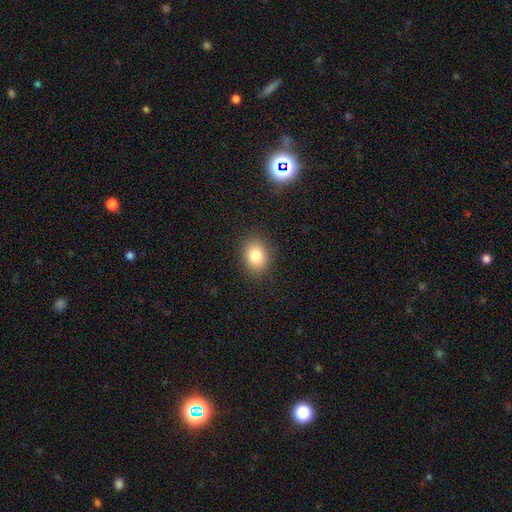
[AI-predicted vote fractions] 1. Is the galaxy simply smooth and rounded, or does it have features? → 82% smooth, 10% star or artifact, 8% featured or disk.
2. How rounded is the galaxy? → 60% in between, 39% round, 1% cigar-shaped.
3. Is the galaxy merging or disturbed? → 88% none, 9% minor disturbance, 3% major disturbance, 1% merger.